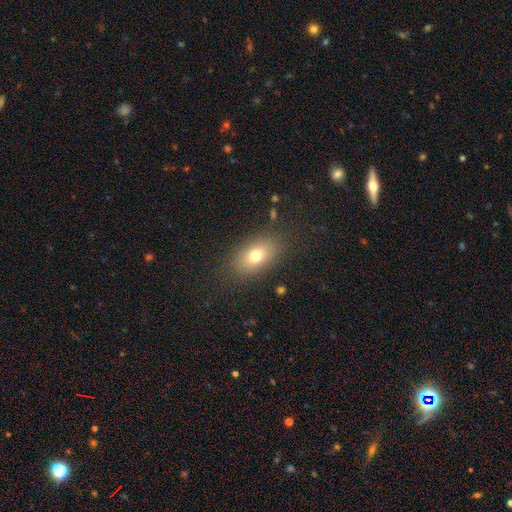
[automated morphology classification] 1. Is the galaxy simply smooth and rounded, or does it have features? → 74% smooth, 15% featured or disk, 11% star or artifact.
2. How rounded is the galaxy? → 84% in between, 13% round, 3% cigar-shaped.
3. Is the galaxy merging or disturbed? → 84% none, 10% minor disturbance, 5% major disturbance, 1% merger.